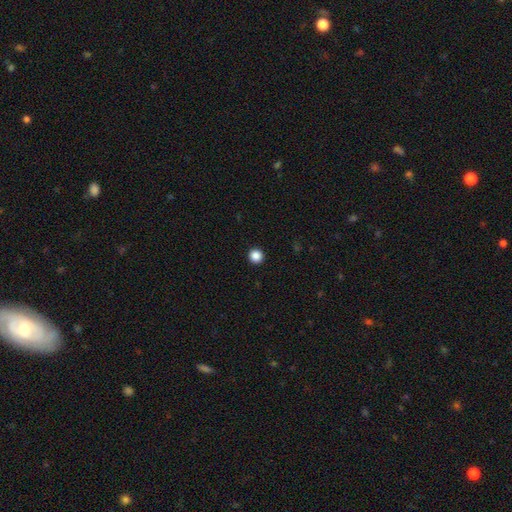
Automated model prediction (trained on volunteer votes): Smooth or featured?
  - smooth: 87% *
  - star or artifact: 11%
  - featured or disk: 3%
How rounded?
  - round: 96% *
  - in between: 3%
  - cigar-shaped: 1%
Merging?
  - none: 94% *
  - minor disturbance: 3%
  - major disturbance: 1%
  - merger: 1%